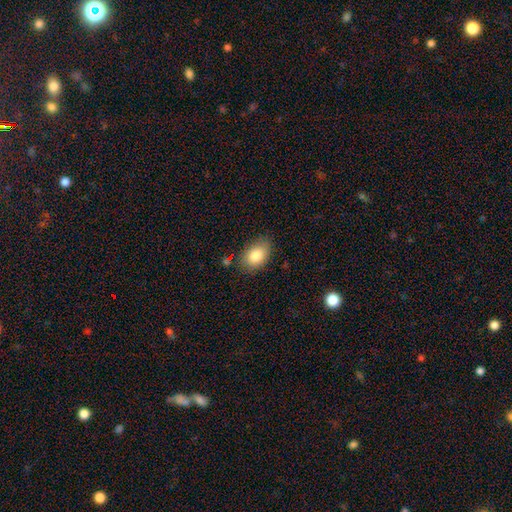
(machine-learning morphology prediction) Q: Smooth or featured?
A: smooth (84%); runner-up: featured or disk (8%)
Q: How rounded?
A: in between (86%); runner-up: round (13%)
Q: Merging?
A: none (80%); runner-up: minor disturbance (15%)